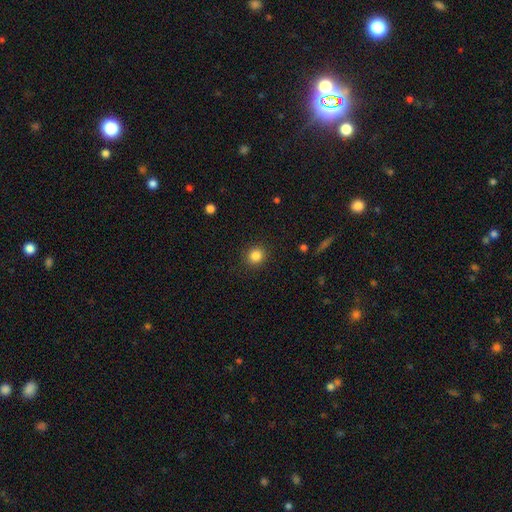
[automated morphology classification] Q: Smooth or featured?
A: smooth (85%); runner-up: star or artifact (11%)
Q: How rounded?
A: round (85%); runner-up: in between (14%)
Q: Merging?
A: none (89%); runner-up: minor disturbance (7%)